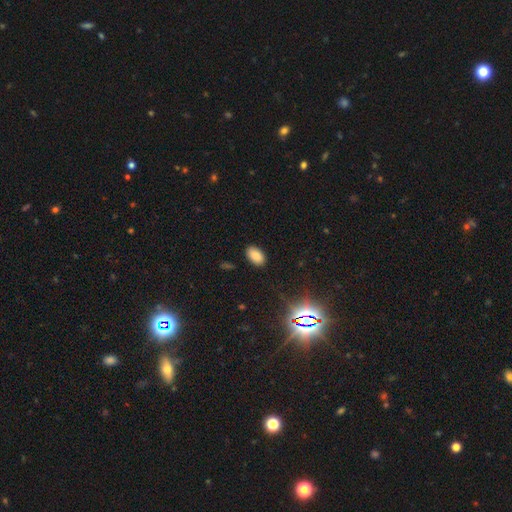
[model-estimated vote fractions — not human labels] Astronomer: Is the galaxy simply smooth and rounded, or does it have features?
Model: smooth — 82%.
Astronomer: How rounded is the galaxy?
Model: in between — 92%.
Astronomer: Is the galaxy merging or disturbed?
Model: none — 88%.